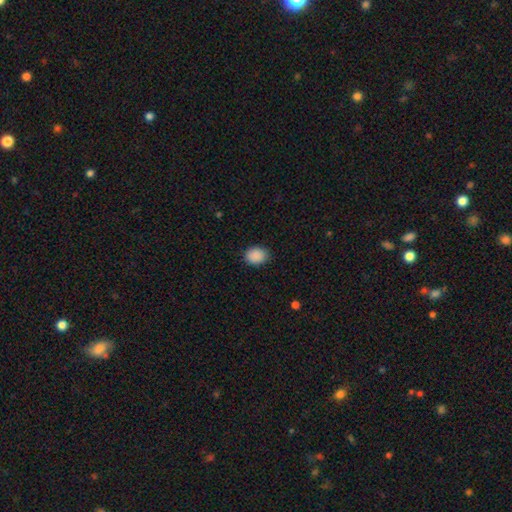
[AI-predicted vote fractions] This is clearly a smooth galaxy (89%). How rounded: possibly in between (56%). Merging: clearly none (87%).